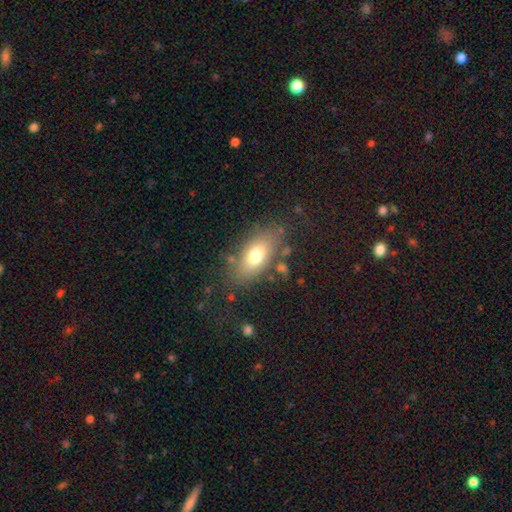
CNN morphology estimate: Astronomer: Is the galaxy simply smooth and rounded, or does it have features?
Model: smooth — 72%.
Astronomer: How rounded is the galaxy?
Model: in between — 85%.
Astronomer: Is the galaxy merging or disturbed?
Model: none — 77%.